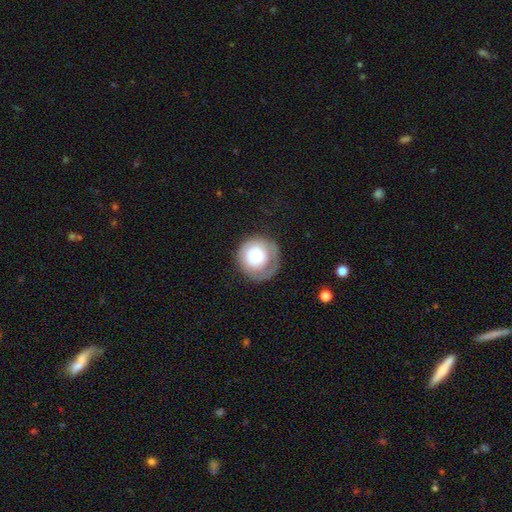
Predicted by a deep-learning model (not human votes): smooth-or-featured: smooth: 66% | featured or disk: 26% | star or artifact: 7%
  how-rounded: round: 93% | in between: 7% | cigar-shaped: 1%
  merging: none: 60% | minor disturbance: 22% | major disturbance: 16% | merger: 2%